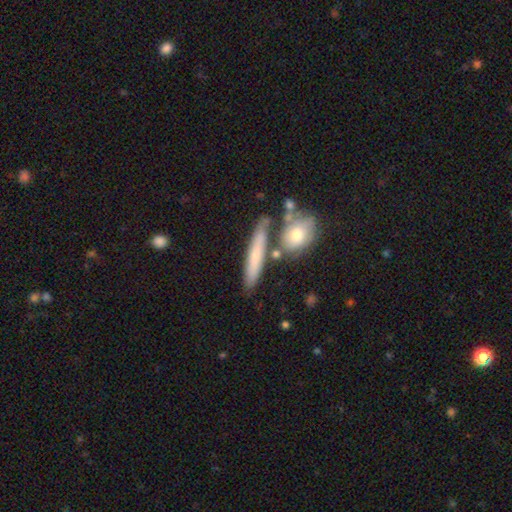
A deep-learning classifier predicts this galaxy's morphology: Smooth or featured? Predicted: smooth (p=0.67). How rounded? Predicted: cigar-shaped (p=0.85). Merging? Predicted: none (p=0.70).